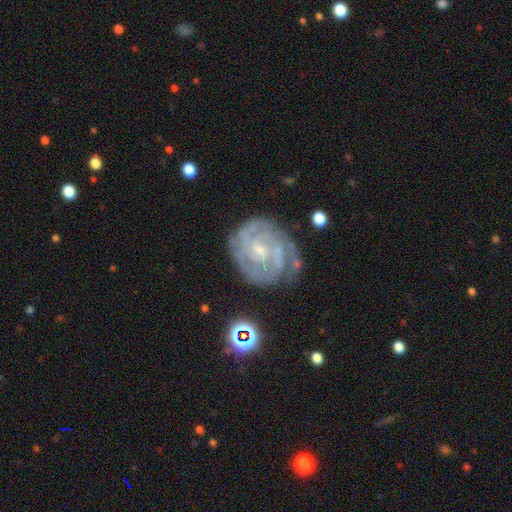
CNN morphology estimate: This appears to be a featured or disk galaxy (82%) with no bar (56%), 3 (26%) tight (73%) spiral arms (96%) and a small central bulge (62%). Merging: none (72%).